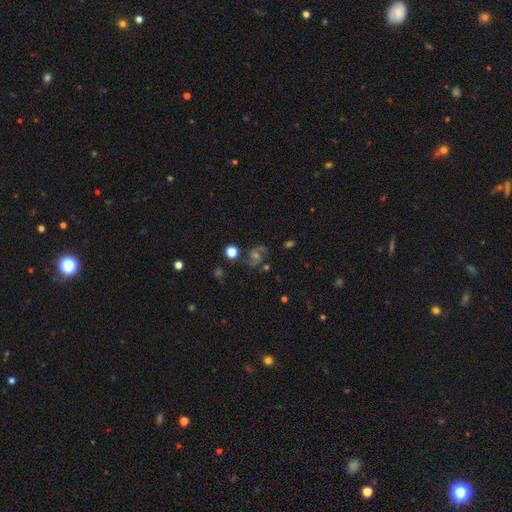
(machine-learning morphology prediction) This appears to be a featured or disk galaxy (64%) with no bar (62%), 2 (83%) medium (53%) spiral arms (91%) and a moderate central bulge (48%). Merging: none (73%).